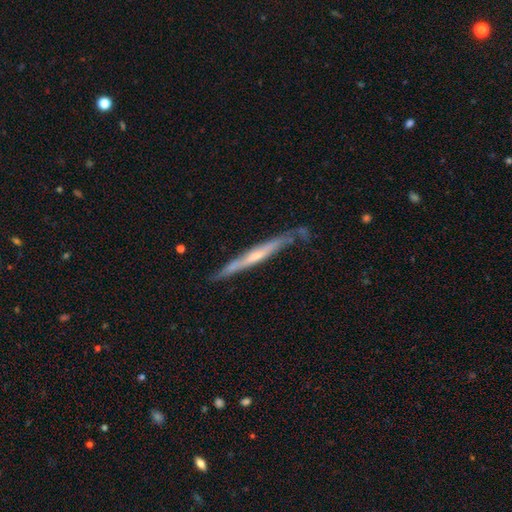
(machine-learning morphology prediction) A featured or disk galaxy (67%) viewed edge-on (93%) with no central bulge (50%).

Vote fractions:
- Smooth or featured? featured or disk: 67% / smooth: 27% / star or artifact: 6%
- Edge-on disk? yes: 93% / no: 7%
- Edge-on bulge? none: 50% / rounded: 42% / boxy: 7%
- Merging? none: 73% / minor disturbance: 20% / major disturbance: 4% / merger: 3%